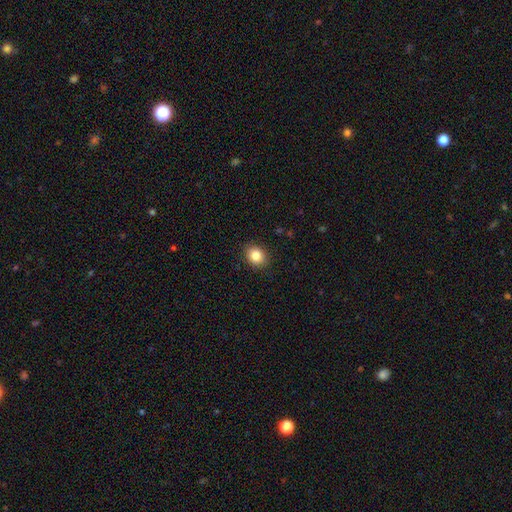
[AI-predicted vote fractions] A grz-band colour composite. It shows a smooth galaxy with no disk features (84%) that is round (57%). Merging: none (89%).